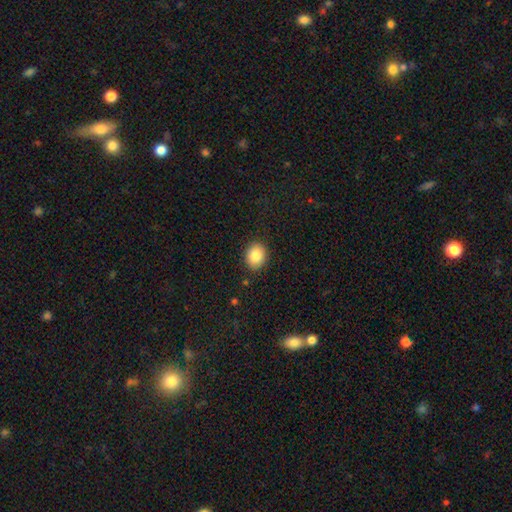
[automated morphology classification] smooth_or_featured: smooth (p=0.85) [alt: star or artifact p=0.08]
how_rounded: round (p=0.54) [alt: in between p=0.45]
merging: none (p=0.89) [alt: minor disturbance p=0.08]